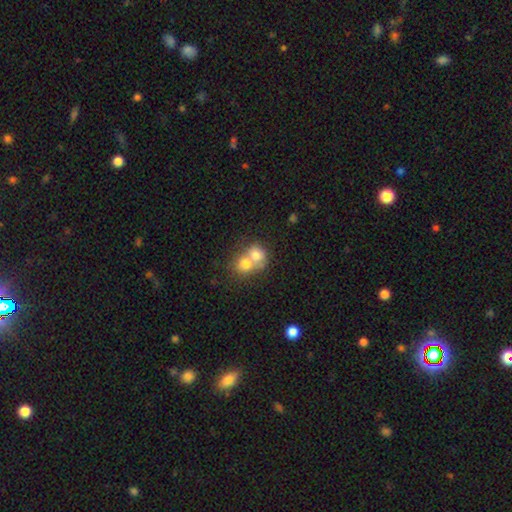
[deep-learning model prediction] This appears to be a smooth galaxy with no disk features (71%) that is round (68%). Merging: merger (72%).